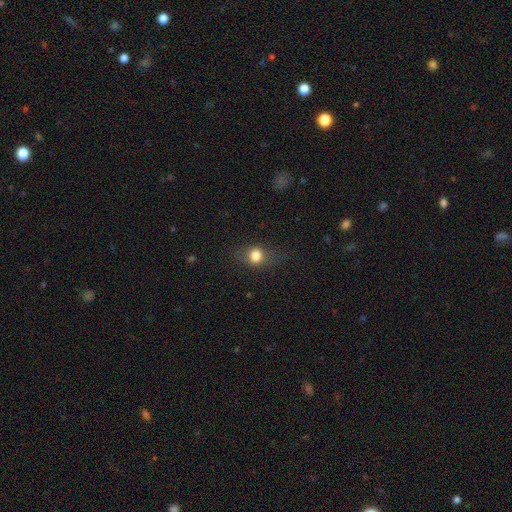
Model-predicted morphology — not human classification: This is likely a smooth galaxy (76%). How rounded: possibly round (60%). Merging: likely none (73%).